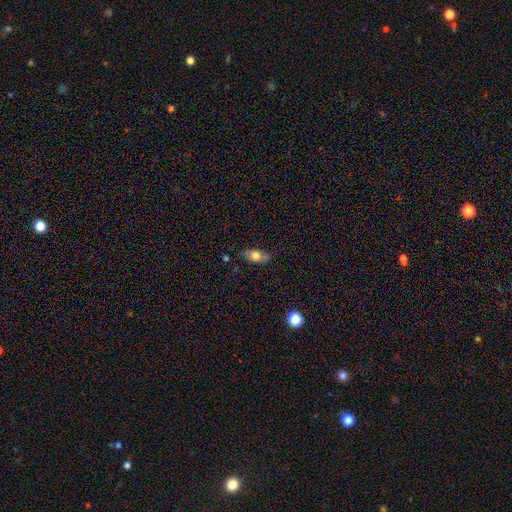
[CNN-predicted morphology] This is likely a smooth galaxy (73%). How rounded: clearly in between (83%). Merging: likely none (75%).